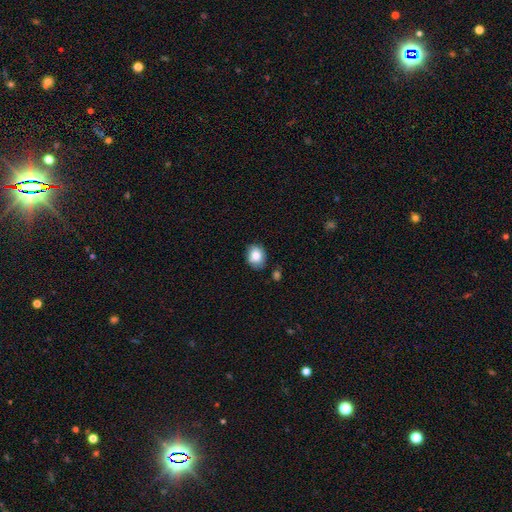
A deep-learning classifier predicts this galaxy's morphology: smooth 81%, featured or disk 11%, star or artifact 8%. Down the decision tree: how rounded — in between (50%); merging — none (70%).